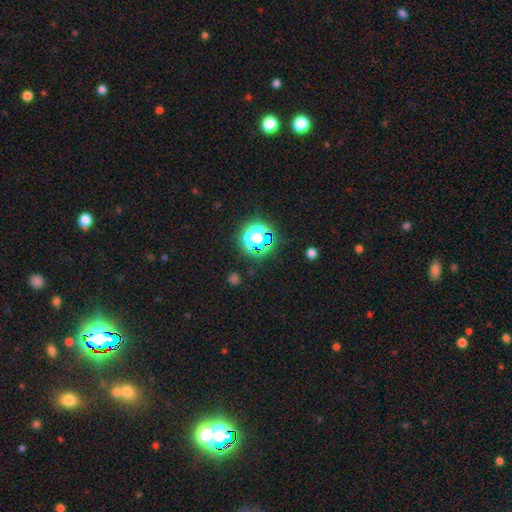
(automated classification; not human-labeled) Q: Smooth or featured?
A: star or artifact (77%); runner-up: smooth (15%)